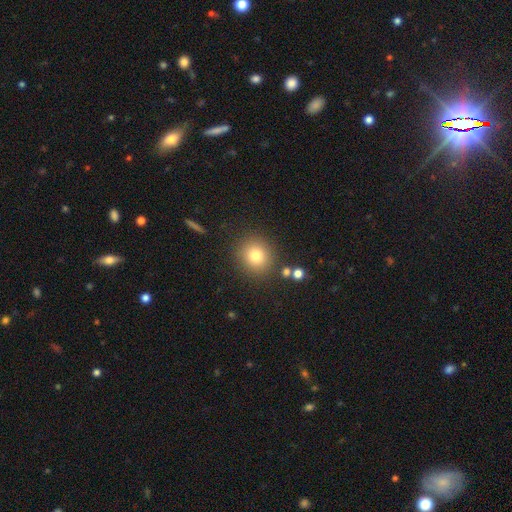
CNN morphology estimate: Smooth or featured: smooth — 79% (star or artifact — 13%)
How rounded: round — 88% (in between — 11%)
Merging: none — 86% (minor disturbance — 8%)